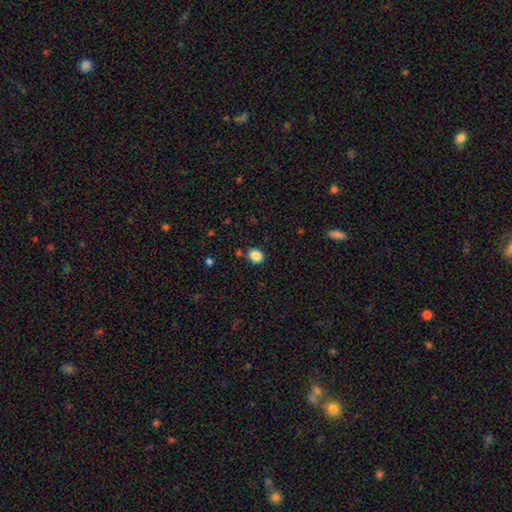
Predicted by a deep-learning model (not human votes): Smooth or featured? Predicted: smooth (p=0.85). How rounded? Predicted: round (p=0.70). Merging? Predicted: none (p=0.87).